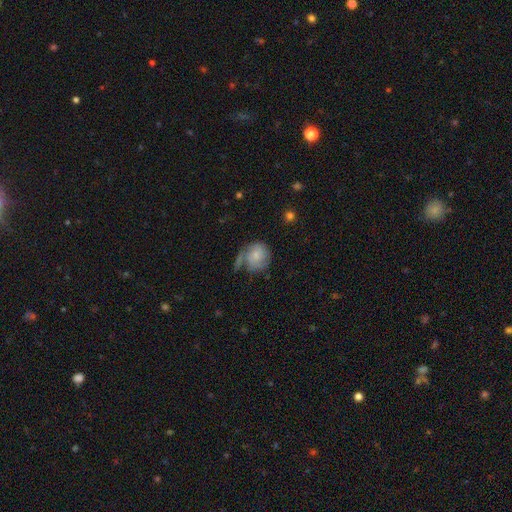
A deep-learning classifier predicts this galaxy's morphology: Smooth or featured?
  - smooth: 59% *
  - featured or disk: 33%
  - star or artifact: 8%
How rounded?
  - round: 77% *
  - in between: 21%
  - cigar-shaped: 1%
Merging?
  - none: 40% *
  - minor disturbance: 26%
  - major disturbance: 21%
  - merger: 13%